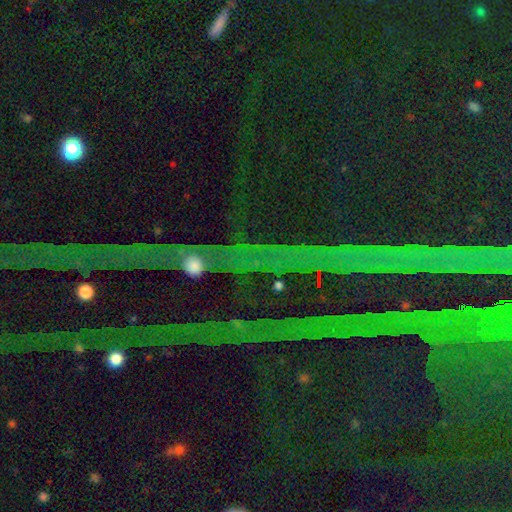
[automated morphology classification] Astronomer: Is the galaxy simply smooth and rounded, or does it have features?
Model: star or artifact — 83%.